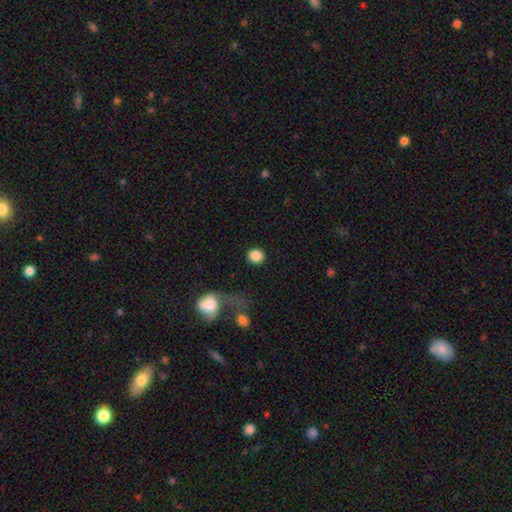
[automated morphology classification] Smooth or featured? smooth (87%)
How rounded? round (85%)
Merging? none (88%)